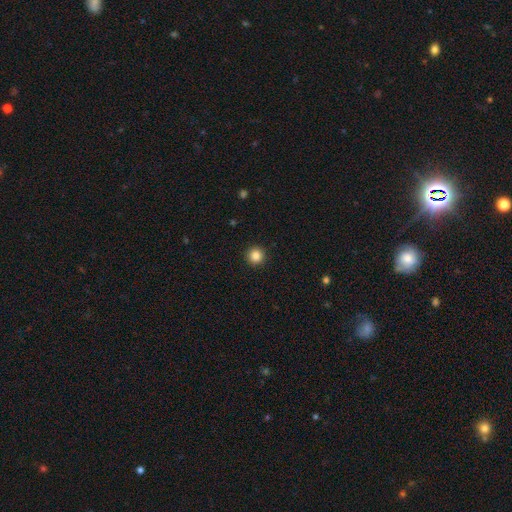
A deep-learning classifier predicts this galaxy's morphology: Overall: smooth (85%). How rounded: round (96%). Merging: none (93%).